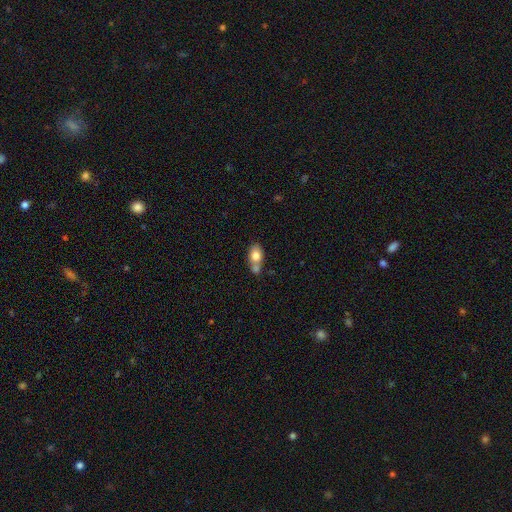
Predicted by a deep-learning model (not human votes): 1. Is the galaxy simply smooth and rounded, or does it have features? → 77% smooth, 15% featured or disk, 8% star or artifact.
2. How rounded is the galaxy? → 78% in between, 19% round, 3% cigar-shaped.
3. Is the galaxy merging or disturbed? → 46% merger, 37% none, 13% minor disturbance, 4% major disturbance.